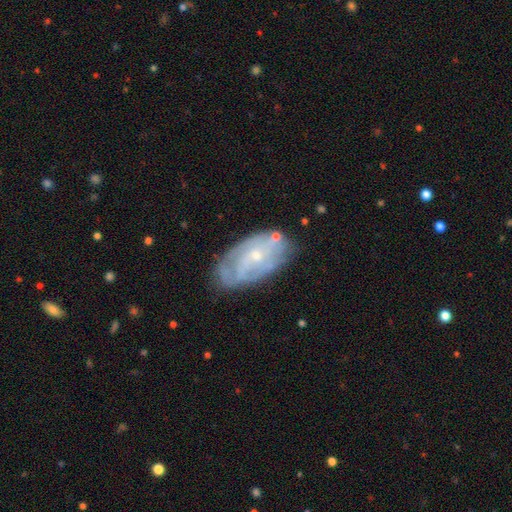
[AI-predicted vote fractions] Overall: featured or disk (71%). Edge-on disk: no (93%). Bar: no (72%). Spiral arms: yes (72%). Bulge size: small (76%). Merging: none (67%).